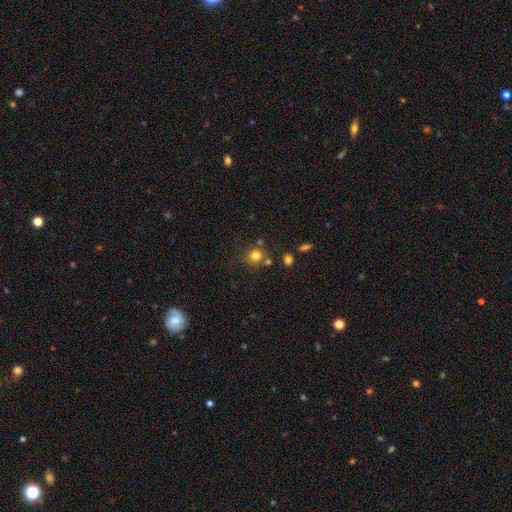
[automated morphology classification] A smooth galaxy with no disk features (79%) that is round (87%). Merging: none (72%).